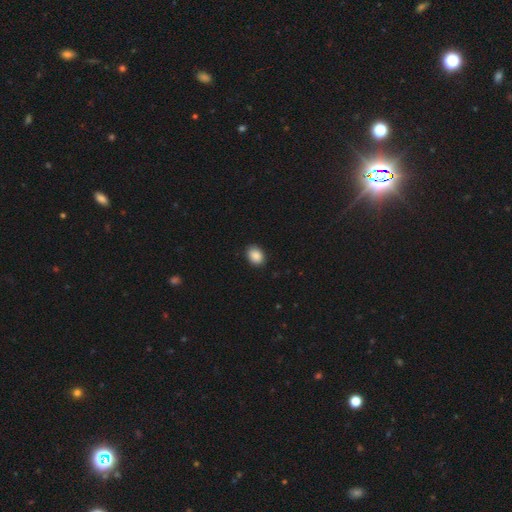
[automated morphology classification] smooth 89%, star or artifact 8%, featured or disk 3%. Down the decision tree: how rounded — in between (68%); merging — none (88%).